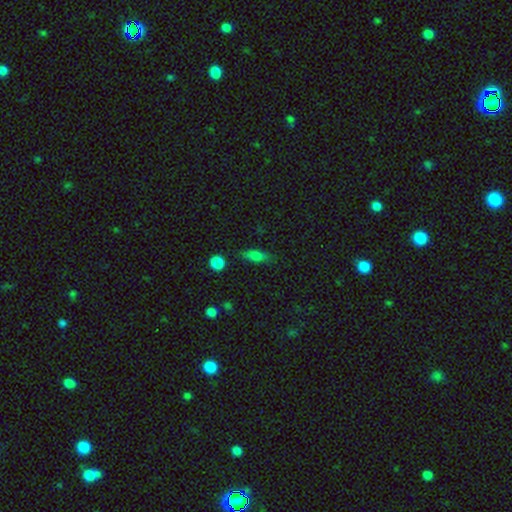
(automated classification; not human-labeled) Overall: smooth (73%). How rounded: in between (65%; cigar-shaped 29%). Merging: none (78%).